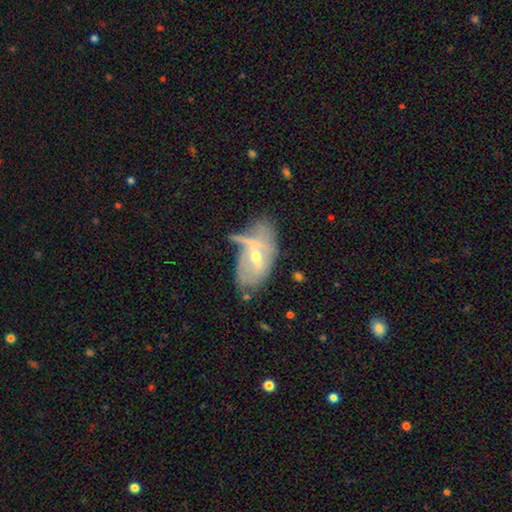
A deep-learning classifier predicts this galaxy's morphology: This is possibly a featured or disk galaxy (58%). It is clearly not viewed edge-on (87%). Bar: possibly no (55%). Spiral arm pattern: possibly no (56%). Central bulge: possibly small (48%, tied with moderate). Merging: marginally none (29%).